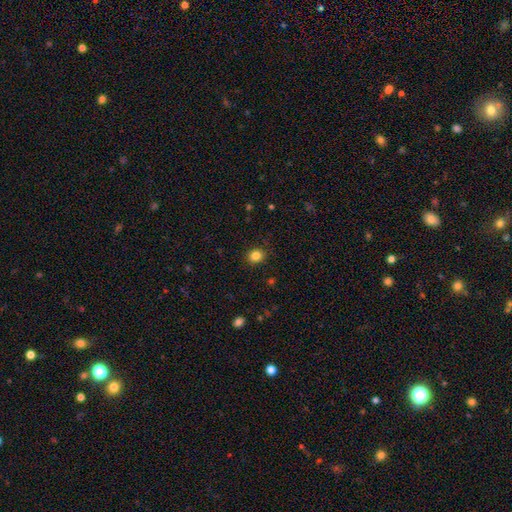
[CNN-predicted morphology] Smooth or featured? smooth (84%)
How rounded? round (75%)
Merging? none (90%)